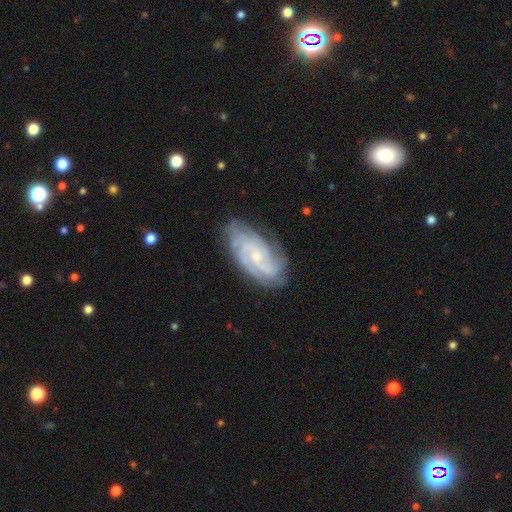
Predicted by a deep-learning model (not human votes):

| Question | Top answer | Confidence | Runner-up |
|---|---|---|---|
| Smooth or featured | featured or disk | 85% | smooth (9%) |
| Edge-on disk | no | 96% | yes (4%) |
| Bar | no | 63% | weak (31%) |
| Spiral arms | yes | 97% | no (3%) |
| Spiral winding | tight | 66% | medium (29%) |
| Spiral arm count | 3 | 29% | can't tell (22%) |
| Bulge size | small | 70% | moderate (23%) |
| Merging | none | 76% | minor disturbance (18%) |